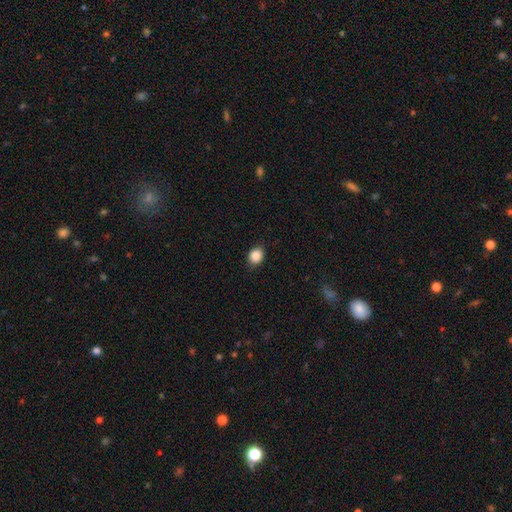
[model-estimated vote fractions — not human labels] Smooth or featured? smooth (87%)
How rounded? round (60%)
Merging? none (85%)